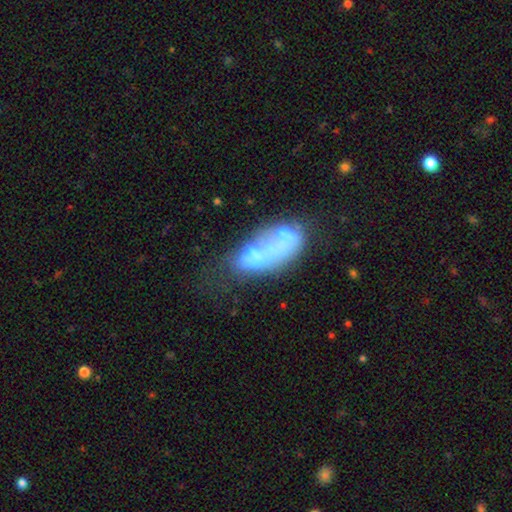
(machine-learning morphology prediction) featured or disk 56%, smooth 31%, star or artifact 12%. Down the decision tree: edge-on disk — no (96%); bar — no (89%); spiral arms — no (93%); bulge size — none (45%); merging — merger (47%).